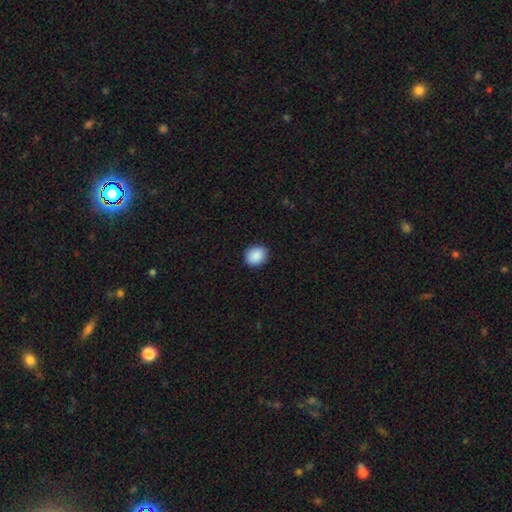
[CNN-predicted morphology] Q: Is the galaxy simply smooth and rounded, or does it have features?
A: smooth — 90%.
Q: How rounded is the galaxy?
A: round — 62%.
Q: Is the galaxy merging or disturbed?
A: none — 89%.